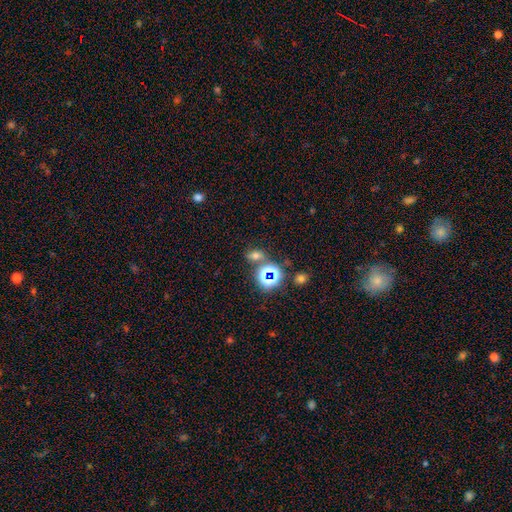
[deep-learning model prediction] Smooth or featured: smooth — 51% (star or artifact — 38%)
How rounded: in between — 61% (round — 35%)
Merging: none — 66% (merger — 17%)